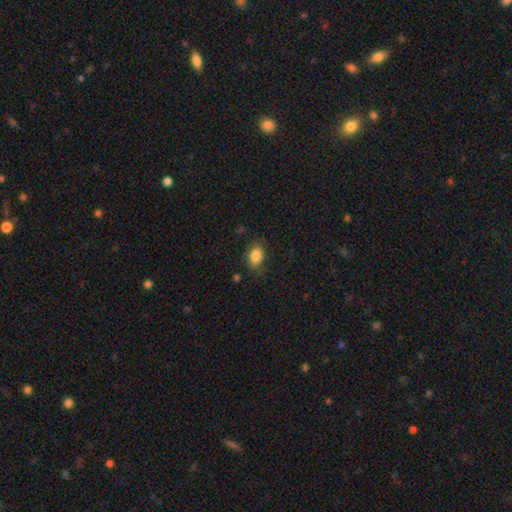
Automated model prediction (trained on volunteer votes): This appears to be a smooth galaxy with no disk features (85%) that is in between round and cigar-shaped (83%). Merging: none (80%).